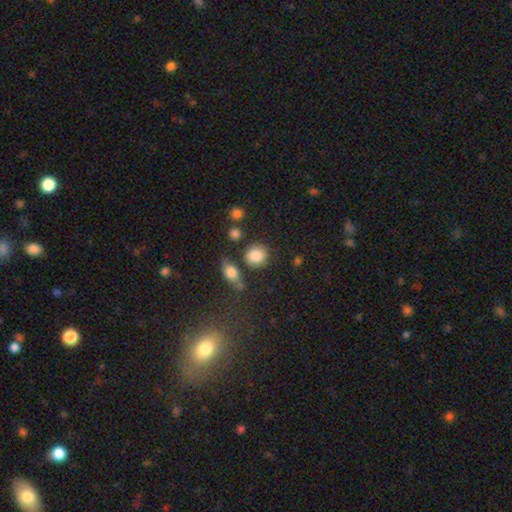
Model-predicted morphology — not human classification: A smooth galaxy with no disk features (84%) that is round (82%).

Vote fractions:
- Smooth or featured? smooth: 84% / star or artifact: 9% / featured or disk: 7%
- How rounded? round: 82% / in between: 17% / cigar-shaped: 1%
- Merging? none: 72% / minor disturbance: 14% / merger: 9% / major disturbance: 5%